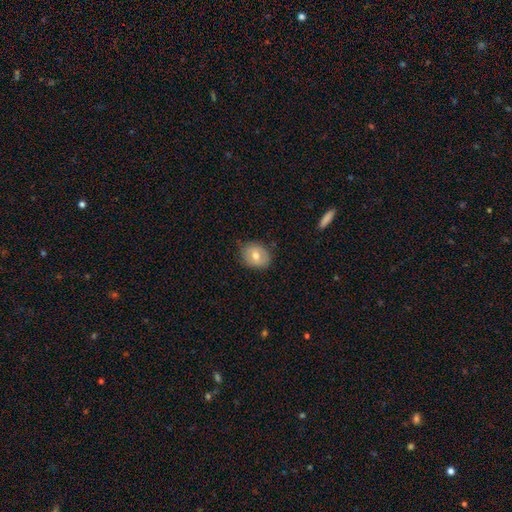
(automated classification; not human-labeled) Smooth or featured?
  - smooth: 68% *
  - featured or disk: 24%
  - star or artifact: 8%
How rounded?
  - round: 53% *
  - in between: 46%
  - cigar-shaped: 1%
Merging?
  - none: 77% *
  - minor disturbance: 18%
  - major disturbance: 3%
  - merger: 1%